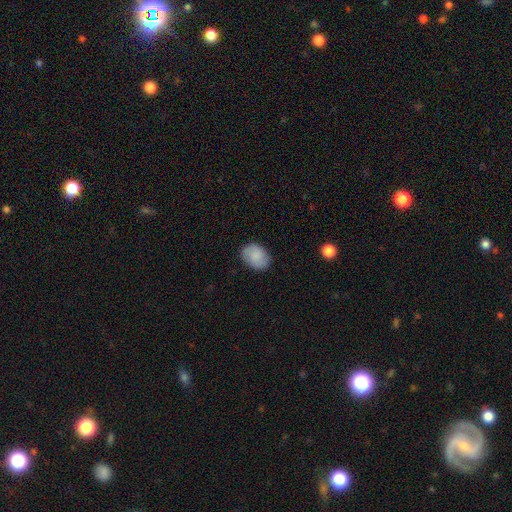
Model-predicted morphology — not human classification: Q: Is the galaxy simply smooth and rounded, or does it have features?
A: smooth — 80%.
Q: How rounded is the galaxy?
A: in between — 70%.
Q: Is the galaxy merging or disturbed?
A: none — 83%.